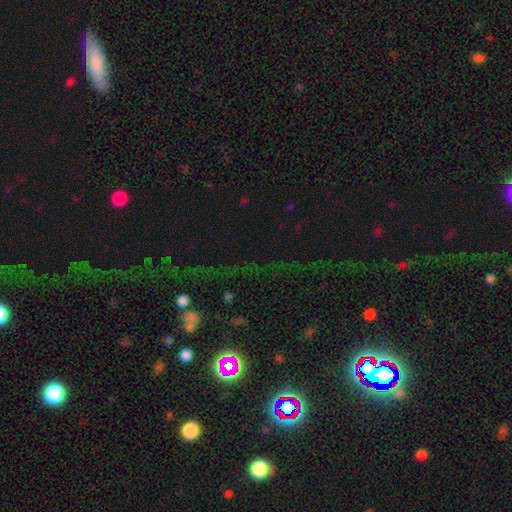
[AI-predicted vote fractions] Overall: star or artifact (71%).